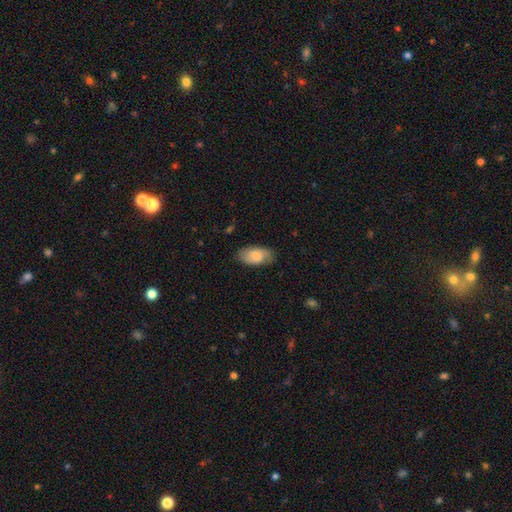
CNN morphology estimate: Overall: smooth (72%). How rounded: in between (94%). Merging: none (74%).